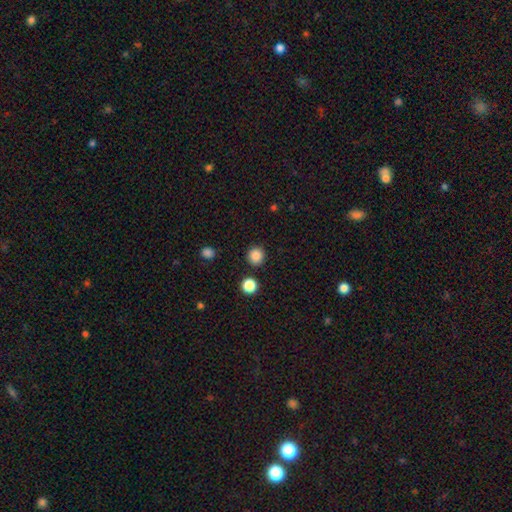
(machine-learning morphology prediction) This is clearly a smooth galaxy (86%). How rounded: clearly round (93%). Merging: clearly none (90%).